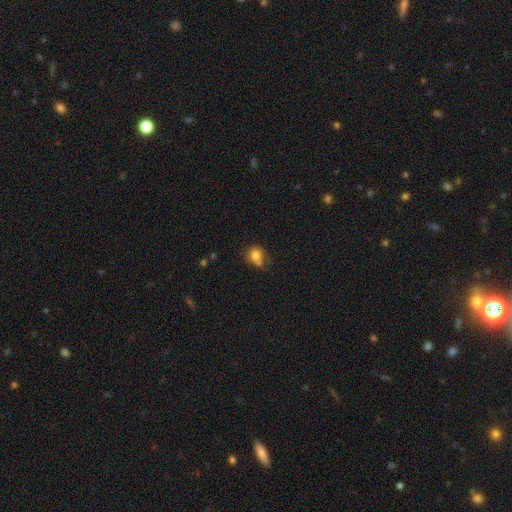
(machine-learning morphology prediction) A smooth galaxy with no disk features (76%) that is round (63%).

Vote fractions:
- Smooth or featured? smooth: 76% / featured or disk: 12% / star or artifact: 11%
- How rounded? round: 63% / in between: 36% / cigar-shaped: 1%
- Merging? none: 48% / merger: 28% / minor disturbance: 18% / major disturbance: 6%